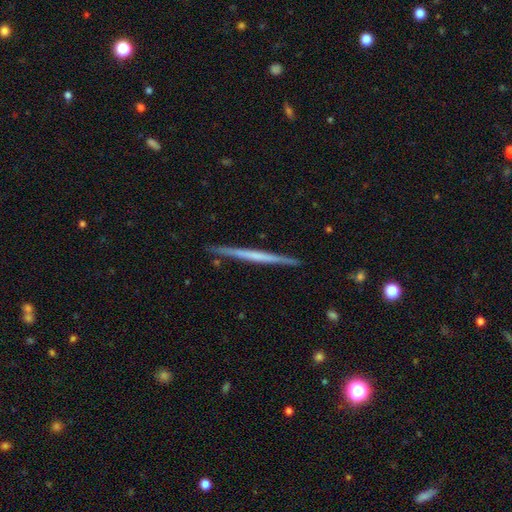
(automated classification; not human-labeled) smooth_or_featured: featured or disk (p=0.60) [alt: smooth p=0.35]
disk_edge_on: yes (p=0.98) [alt: no p=0.02]
edge_on_bulge: none (p=0.84) [alt: rounded p=0.10]
merging: none (p=0.91) [alt: minor disturbance p=0.07]